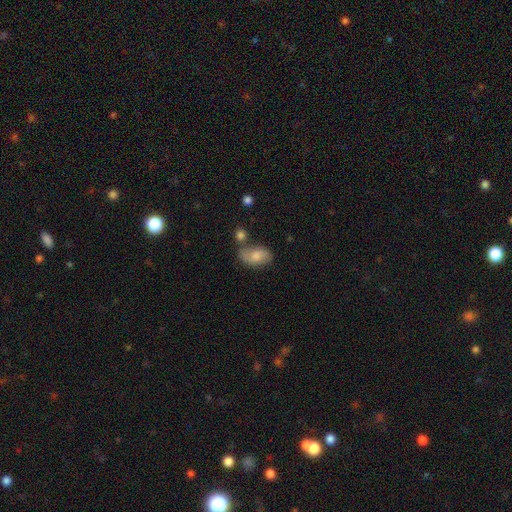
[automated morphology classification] A smooth galaxy with no disk features (64%) that is in between round and cigar-shaped (89%).

Vote fractions:
- Smooth or featured? smooth: 64% / featured or disk: 28% / star or artifact: 8%
- How rounded? in between: 89% / round: 9% / cigar-shaped: 2%
- Merging? none: 53% / minor disturbance: 22% / merger: 17% / major disturbance: 8%